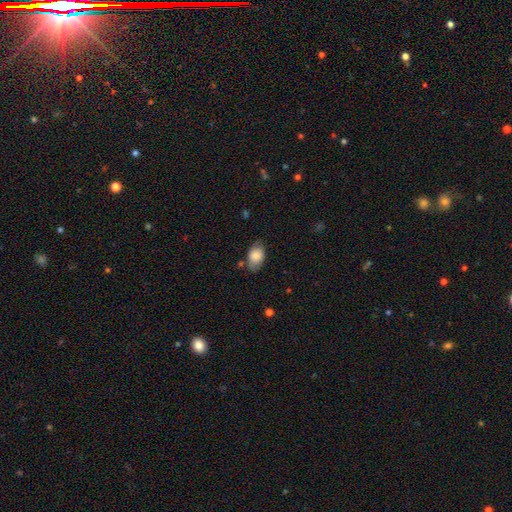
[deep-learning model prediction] Smooth or featured: smooth — 82% (featured or disk — 11%)
How rounded: in between — 88% (round — 11%)
Merging: none — 71% (minor disturbance — 21%)